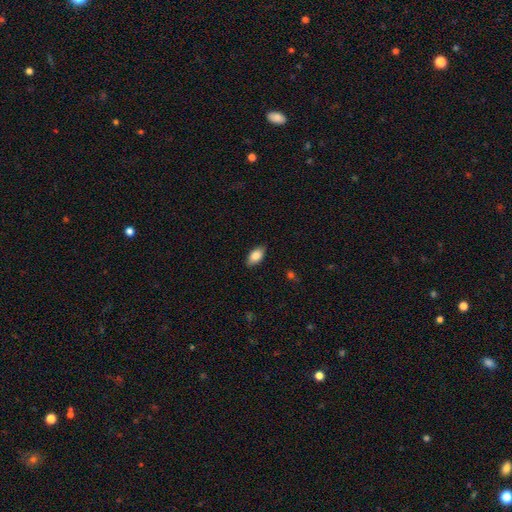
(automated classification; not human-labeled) Smooth or featured? smooth (84%)
How rounded? in between (92%)
Merging? none (86%)